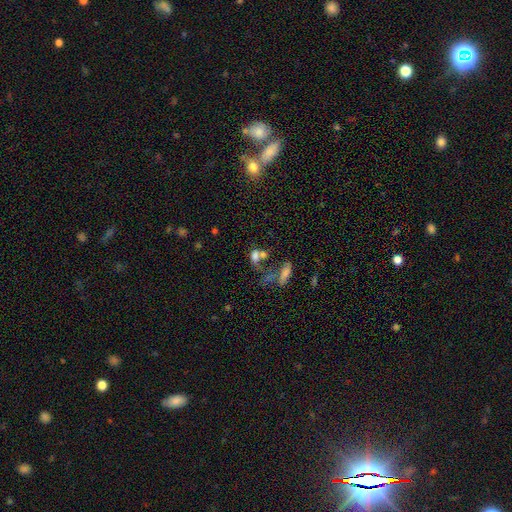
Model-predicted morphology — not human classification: smooth-or-featured: smooth: 62% | featured or disk: 20% | star or artifact: 18%
  how-rounded: in between: 69% | round: 24% | cigar-shaped: 8%
  merging: merger: 49% | none: 24% | major disturbance: 17% | minor disturbance: 10%